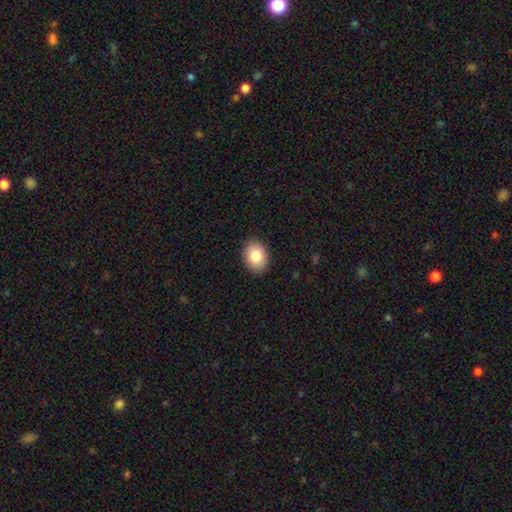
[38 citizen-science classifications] Q: Smooth or featured?
A: smooth (97%); runner-up: featured or disk (3%)
Q: How rounded?
A: in between (62%); runner-up: round (38%)
Q: Merging?
A: none (89%); runner-up: minor disturbance (8%)